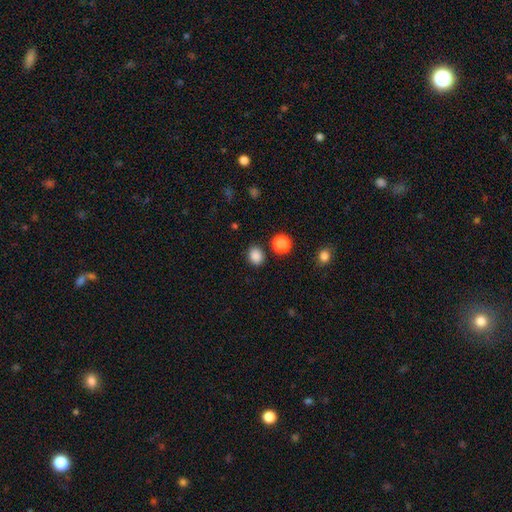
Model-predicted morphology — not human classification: Smooth or featured? Predicted: smooth (p=0.85). How rounded? Predicted: round (p=0.63). Merging? Predicted: none (p=0.85).